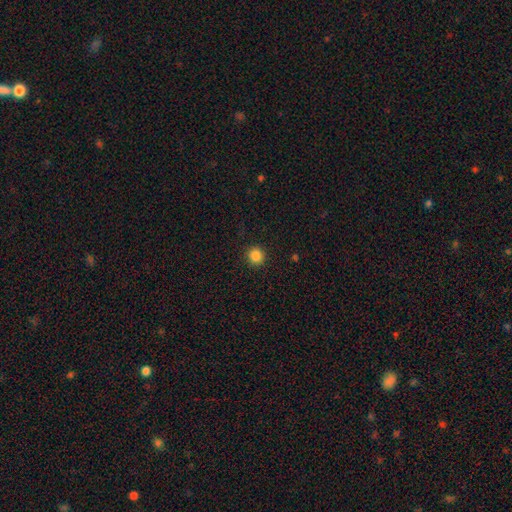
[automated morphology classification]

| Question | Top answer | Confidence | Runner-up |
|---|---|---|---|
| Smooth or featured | smooth | 85% | star or artifact (11%) |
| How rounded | round | 95% | in between (4%) |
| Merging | none | 92% | minor disturbance (5%) |